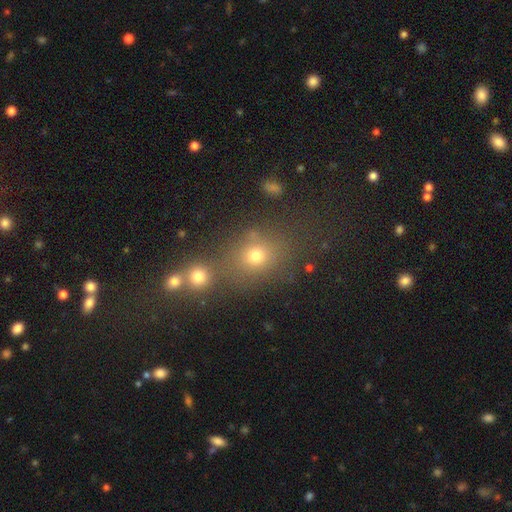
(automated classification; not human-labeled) smooth-or-featured: smooth: 66% | star or artifact: 23% | featured or disk: 11%
  how-rounded: round: 66% | in between: 32% | cigar-shaped: 2%
  merging: none: 58% | merger: 26% | minor disturbance: 11% | major disturbance: 6%